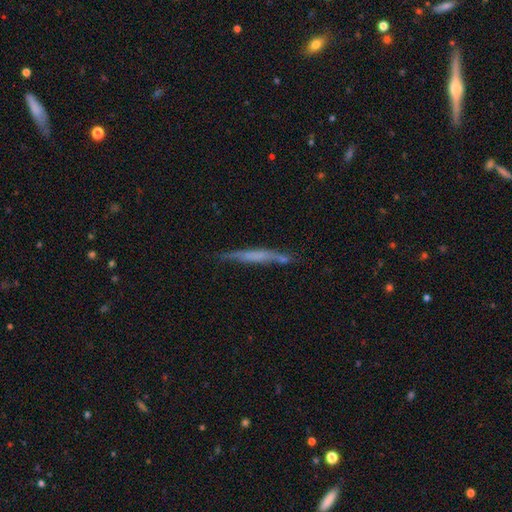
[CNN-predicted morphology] A featured or disk galaxy (48%).

Vote fractions:
- Smooth or featured? featured or disk: 48% / smooth: 44% / star or artifact: 7%
- Merging? none: 72% / minor disturbance: 19% / merger: 5% / major disturbance: 4%